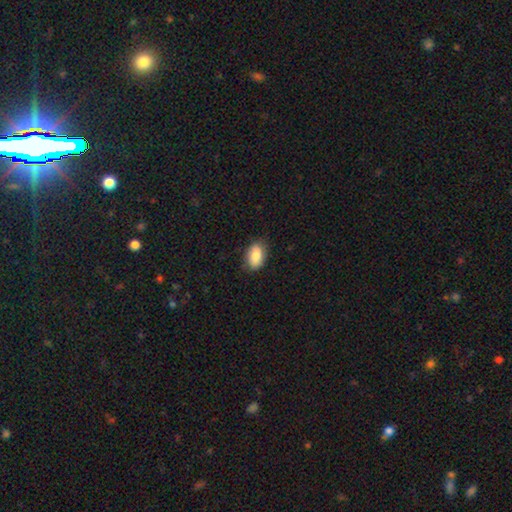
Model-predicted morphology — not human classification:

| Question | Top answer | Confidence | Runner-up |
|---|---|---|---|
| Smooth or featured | smooth | 86% | featured or disk (7%) |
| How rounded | in between | 91% | round (7%) |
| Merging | none | 82% | minor disturbance (14%) |